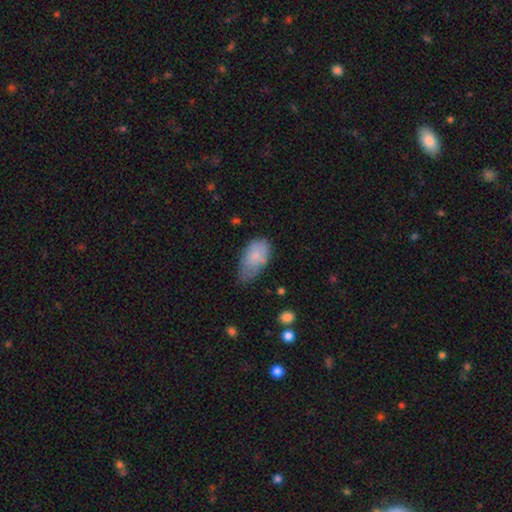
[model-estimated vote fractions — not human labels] smooth 80%, featured or disk 13%, star or artifact 7%. Down the decision tree: how rounded — in between (94%); merging — minor disturbance (46%).